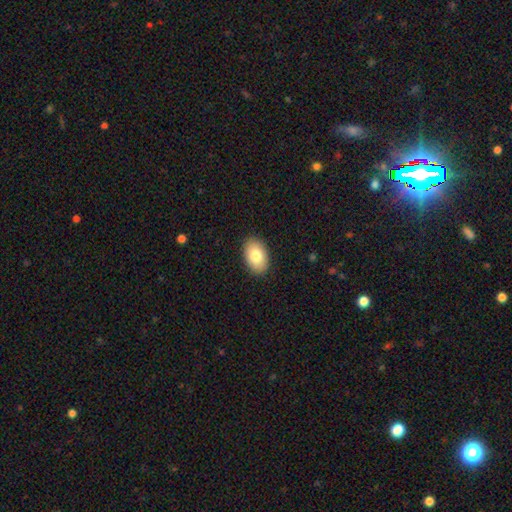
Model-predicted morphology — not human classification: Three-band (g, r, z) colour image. It shows a smooth galaxy with no disk features (80%) that is in between round and cigar-shaped (89%). Merging: none (90%).